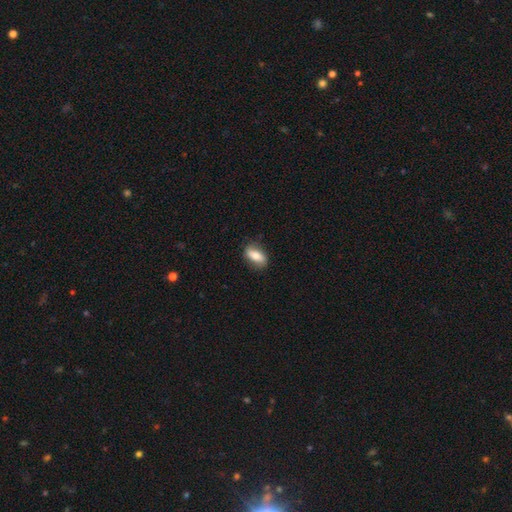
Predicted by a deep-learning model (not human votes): A smooth galaxy with no disk features (70%) that is in between round and cigar-shaped (83%).

Vote fractions:
- Smooth or featured? smooth: 70% / featured or disk: 23% / star or artifact: 7%
- How rounded? in between: 83% / cigar-shaped: 11% / round: 6%
- Merging? none: 79% / minor disturbance: 16% / major disturbance: 4% / merger: 1%